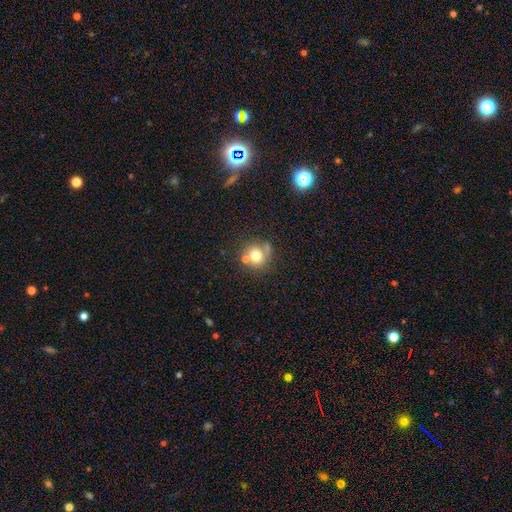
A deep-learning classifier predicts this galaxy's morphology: Smooth or featured? smooth (72%)
How rounded? round (86%)
Merging? none (59%)